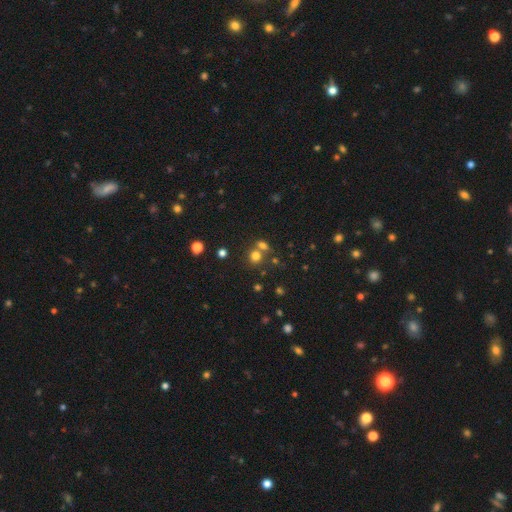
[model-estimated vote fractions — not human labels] Morphology: type=smooth (73%); roundness=round (82%); merging=none (53%).